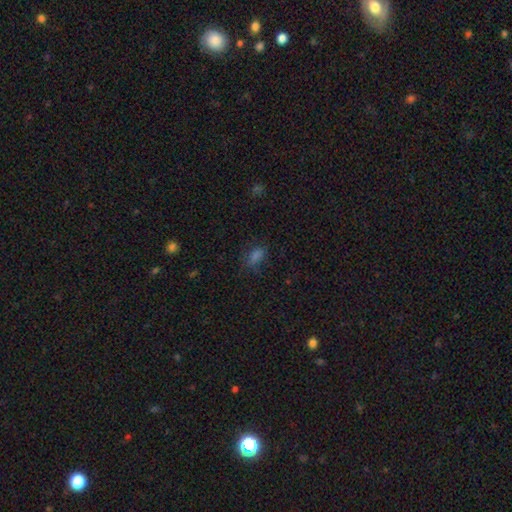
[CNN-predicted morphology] Smooth or featured? smooth (67%)
How rounded? in between (80%)
Merging? none (71%)